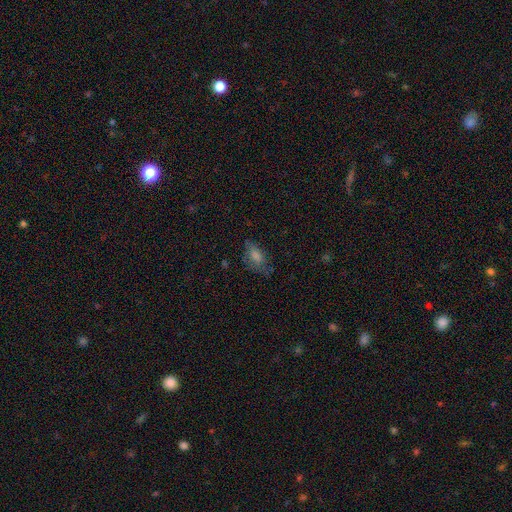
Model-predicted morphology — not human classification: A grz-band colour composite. It shows a smooth galaxy with no disk features (55%) that is in between round and cigar-shaped (82%). Merging: none (62%).